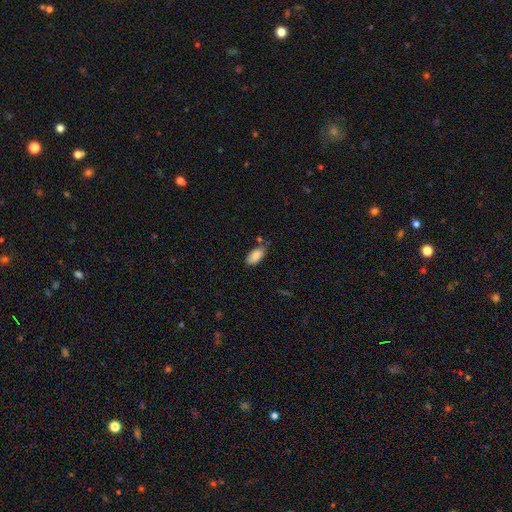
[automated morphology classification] Smooth or featured?
  - smooth: 88% *
  - star or artifact: 7%
  - featured or disk: 5%
How rounded?
  - in between: 92% *
  - cigar-shaped: 6%
  - round: 2%
Merging?
  - none: 66% *
  - minor disturbance: 23%
  - merger: 7%
  - major disturbance: 4%